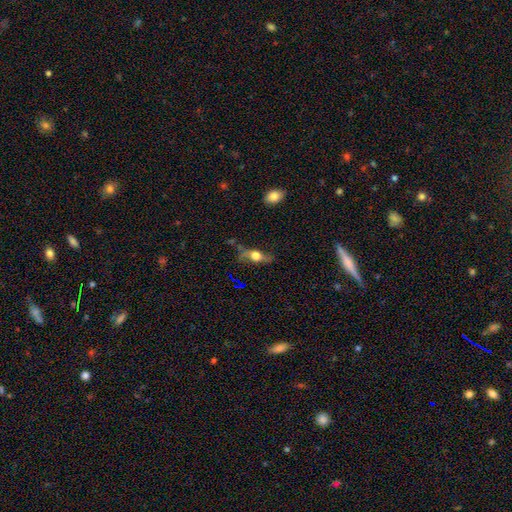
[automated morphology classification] This appears to be a featured or disk galaxy (50%). Merging: none (61%).